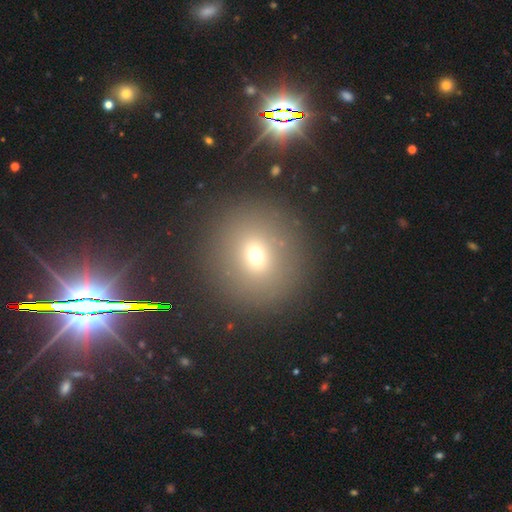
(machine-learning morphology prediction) A smooth galaxy with no disk features (58%) that is round (85%).

Vote fractions:
- Smooth or featured? smooth: 58% / star or artifact: 29% / featured or disk: 13%
- How rounded? round: 85% / in between: 13% / cigar-shaped: 1%
- Merging? none: 88% / minor disturbance: 7% / major disturbance: 3% / merger: 2%